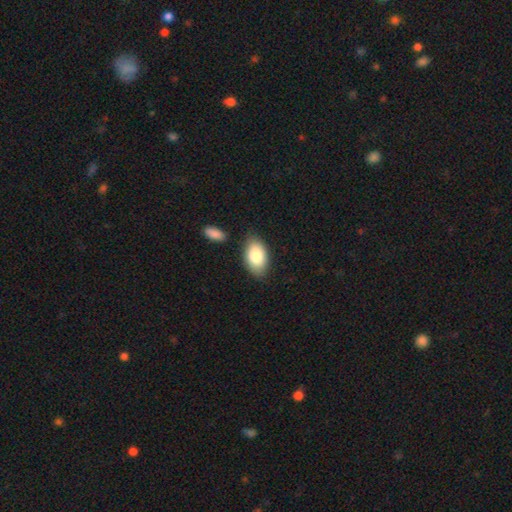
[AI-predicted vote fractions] Smooth or featured? smooth (82%)
How rounded? in between (93%)
Merging? none (80%)